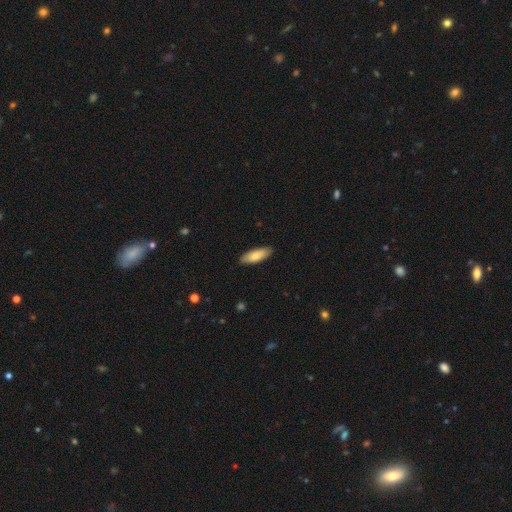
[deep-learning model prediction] smooth_or_featured: smooth (p=0.80) [alt: featured or disk p=0.14]
how_rounded: in between (p=0.60) [alt: cigar-shaped p=0.38]
merging: none (p=0.88) [alt: minor disturbance p=0.09]